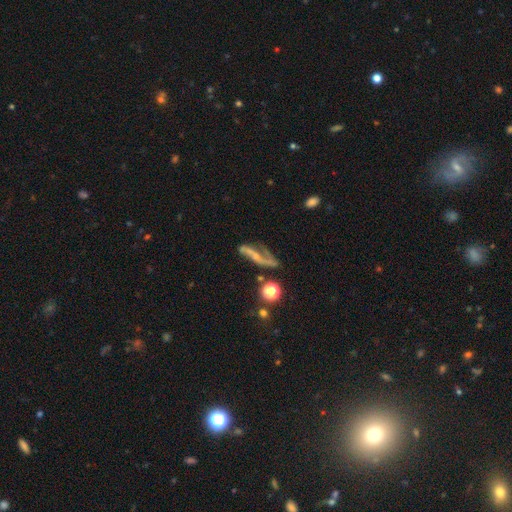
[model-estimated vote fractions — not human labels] Smooth or featured? Predicted: featured or disk (p=0.76). Edge-on disk? Predicted: no (p=0.82). Bar? Predicted: no (p=0.44). Spiral arms? Predicted: yes (p=0.87). Spiral winding? Predicted: loose (p=0.71). Spiral arm count? Predicted: 2 (p=0.83). Bulge size? Predicted: small (p=0.63). Merging? Predicted: none (p=0.51).